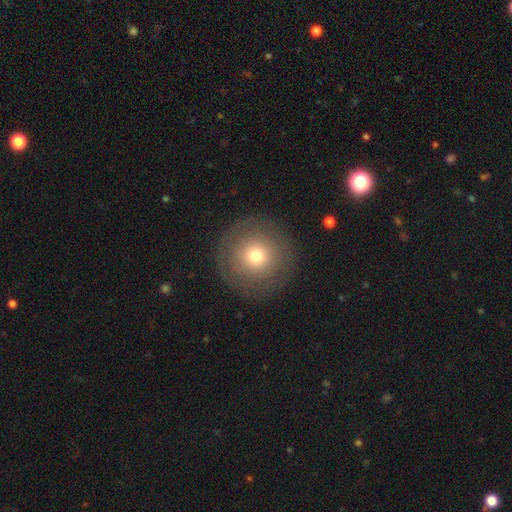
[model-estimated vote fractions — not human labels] Smooth or featured: smooth — 65% (featured or disk — 23%)
How rounded: round — 95% (in between — 4%)
Merging: none — 86% (minor disturbance — 8%)